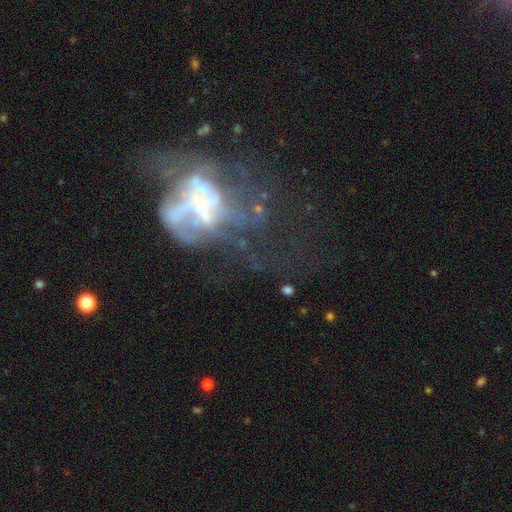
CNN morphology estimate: Smooth or featured: featured or disk — 66% (star or artifact — 19%)
Edge-on disk: no — 95% (yes — 5%)
Bar: no — 65% (weak — 23%)
Spiral arms: no — 60% (yes — 40%)
Bulge size: small — 38% (moderate — 32%)
Merging: major disturbance — 48% (none — 23%)